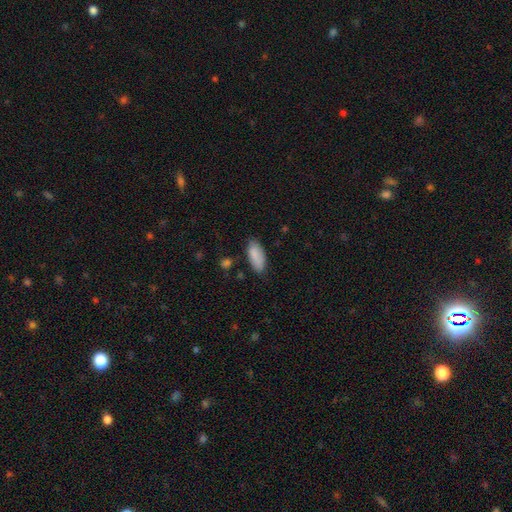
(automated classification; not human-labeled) A smooth galaxy with no disk features (88%) that is in between round and cigar-shaped (86%).

Vote fractions:
- Smooth or featured? smooth: 88% / star or artifact: 6% / featured or disk: 6%
- How rounded? in between: 86% / cigar-shaped: 12% / round: 2%
- Merging? none: 78% / minor disturbance: 17% / major disturbance: 3% / merger: 2%